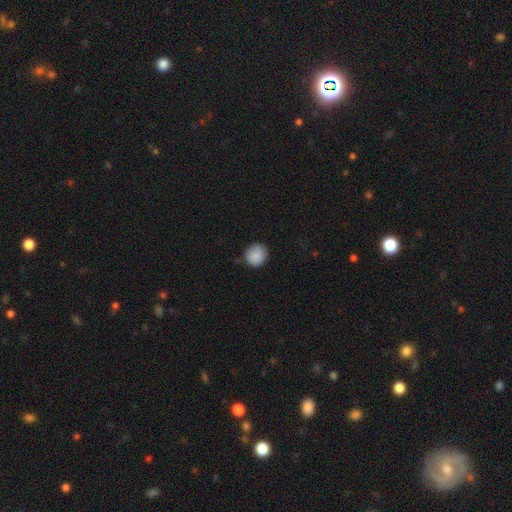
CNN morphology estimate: Smooth or featured? smooth (89%)
How rounded? round (85%)
Merging? none (82%)